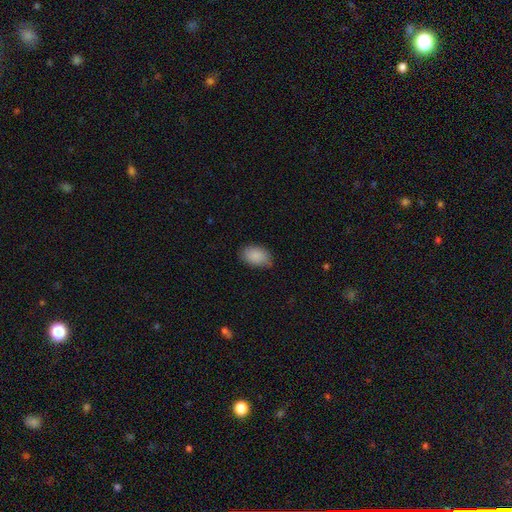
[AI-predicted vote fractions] smooth 88%, star or artifact 7%, featured or disk 5%. Down the decision tree: how rounded — in between (89%); merging — none (75%).